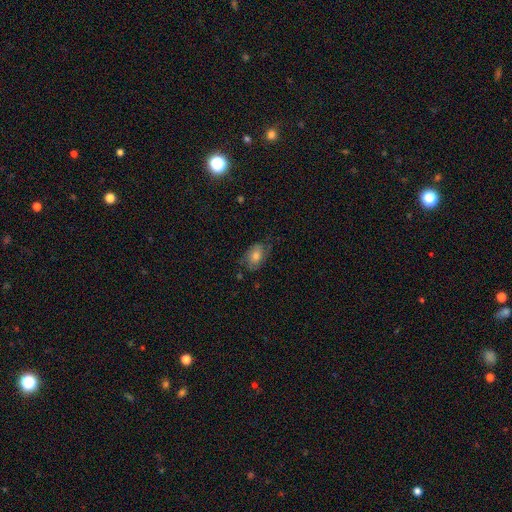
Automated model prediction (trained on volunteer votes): Smooth or featured? smooth (57%)
How rounded? in between (82%)
Merging? none (64%)